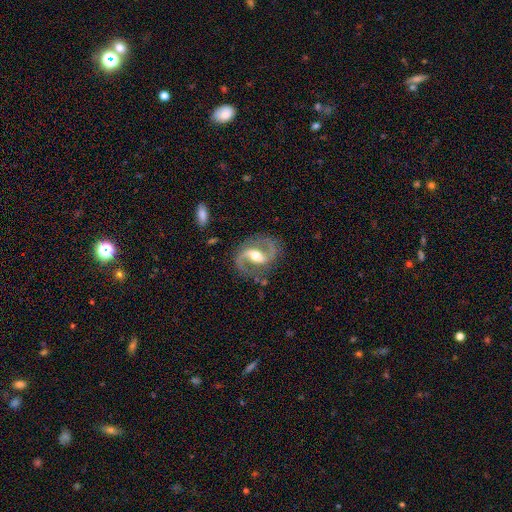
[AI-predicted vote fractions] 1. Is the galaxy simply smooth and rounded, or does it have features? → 91% featured or disk, 4% smooth, 4% star or artifact.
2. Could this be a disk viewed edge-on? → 98% no, 2% yes.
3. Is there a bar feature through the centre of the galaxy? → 40% weak (tied), 40% strong (tied), 20% no.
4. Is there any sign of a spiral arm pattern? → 97% yes, 3% no.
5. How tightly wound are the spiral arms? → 59% medium, 30% loose, 11% tight.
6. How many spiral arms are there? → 93% 2, 2% 1, 2% can't tell, 1% 3, 1% 4, 1% more than 4.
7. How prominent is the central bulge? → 71% moderate, 18% small, 8% large, 1% none, 1% dominant.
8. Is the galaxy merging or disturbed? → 81% none, 12% minor disturbance, 5% major disturbance, 2% merger.